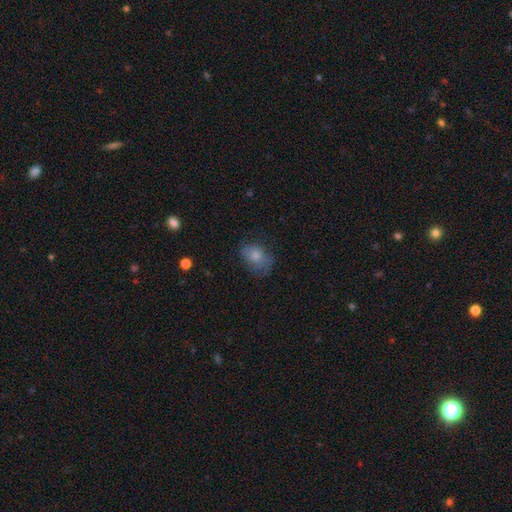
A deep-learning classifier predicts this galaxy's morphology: Smooth or featured? Predicted: smooth (p=0.76). How rounded? Predicted: in between (p=0.71). Merging? Predicted: none (p=0.53).